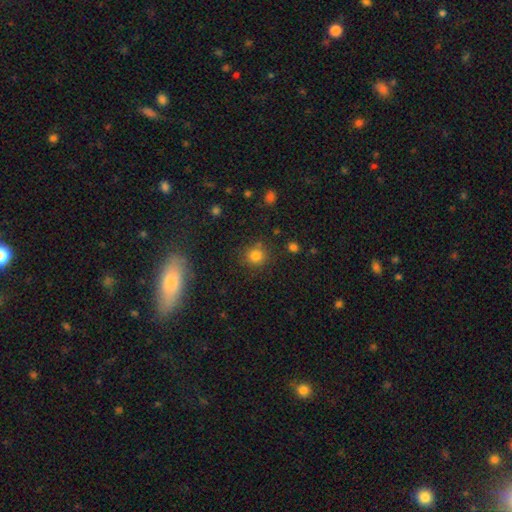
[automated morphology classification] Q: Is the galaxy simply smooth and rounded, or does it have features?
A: smooth — 80%.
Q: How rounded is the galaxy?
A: round — 89%.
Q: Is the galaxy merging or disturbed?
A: none — 81%.